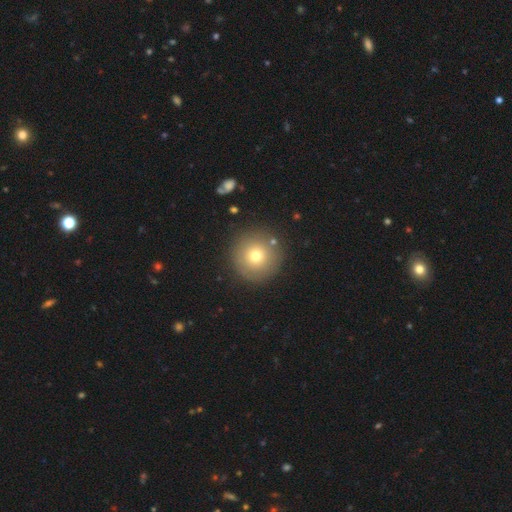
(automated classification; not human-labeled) Overall: smooth (72%). How rounded: round (96%). Merging: none (86%).